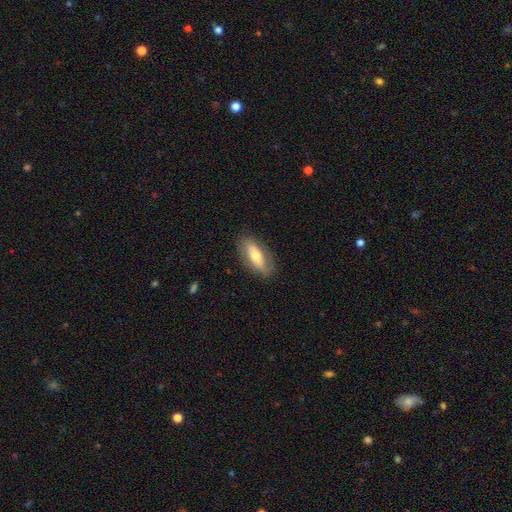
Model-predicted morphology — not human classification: Smooth or featured? smooth (56%)
How rounded? in between (76%)
Merging? none (81%)